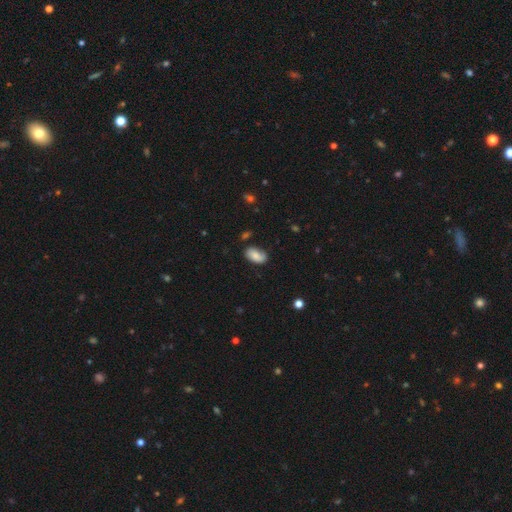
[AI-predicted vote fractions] Overall: smooth (79%). How rounded: in between (93%). Merging: none (70%).